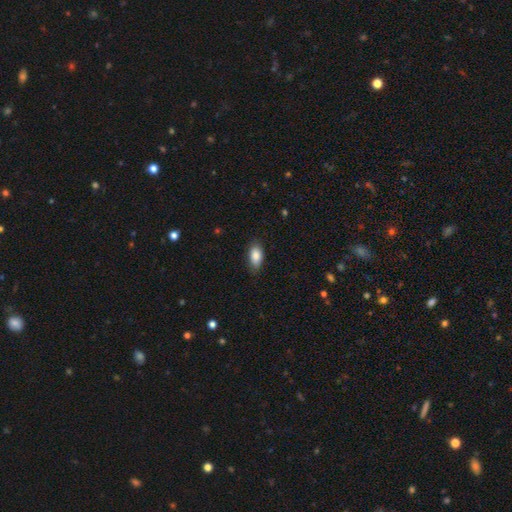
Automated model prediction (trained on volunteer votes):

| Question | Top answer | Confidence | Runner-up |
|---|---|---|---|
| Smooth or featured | smooth | 86% | star or artifact (7%) |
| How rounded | in between | 91% | cigar-shaped (5%) |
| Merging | none | 79% | minor disturbance (17%) |